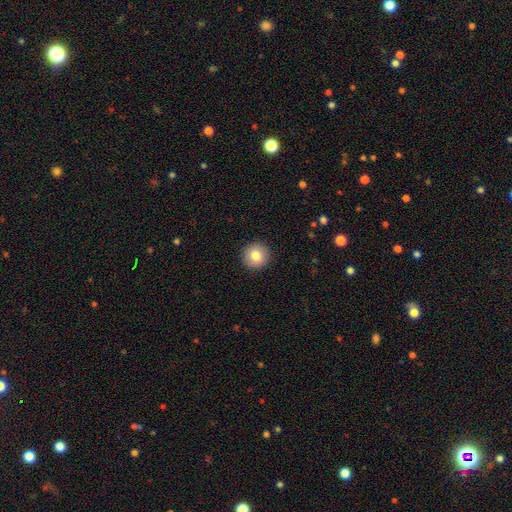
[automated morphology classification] smooth_or_featured: smooth (p=0.80) [alt: featured or disk p=0.11]
how_rounded: round (p=0.95) [alt: in between p=0.04]
merging: none (p=0.92) [alt: minor disturbance p=0.05]